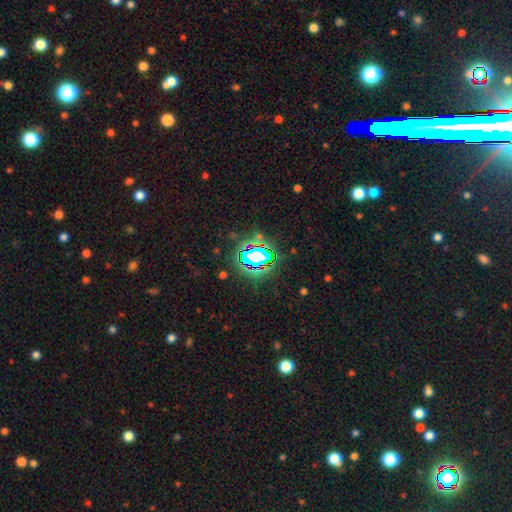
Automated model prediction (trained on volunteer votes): Smooth or featured? Predicted: star or artifact (p=0.70).